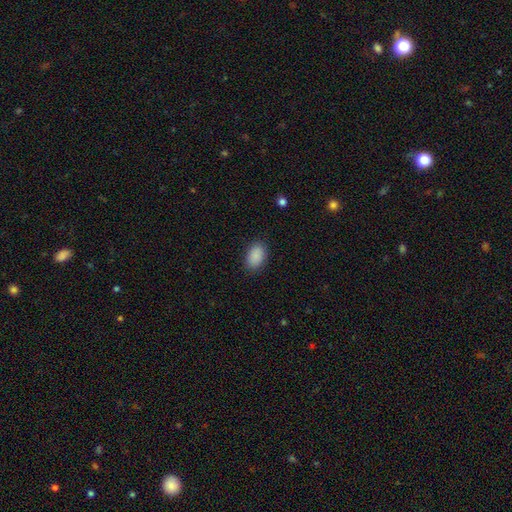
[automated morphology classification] smooth 90%, star or artifact 7%, featured or disk 3%. Down the decision tree: how rounded — in between (90%); merging — none (87%).